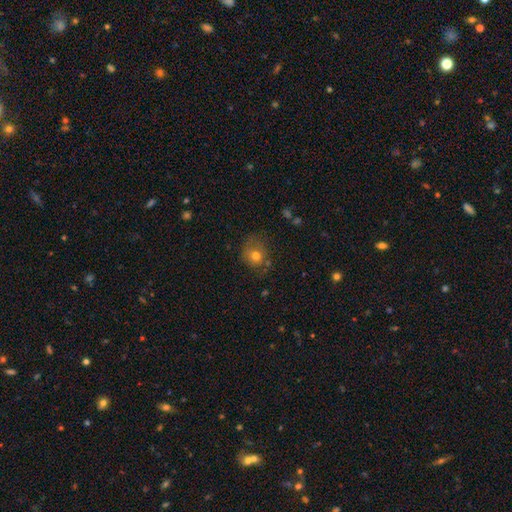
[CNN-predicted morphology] A smooth galaxy with no disk features (74%) that is round (76%).

Vote fractions:
- Smooth or featured? smooth: 74% / featured or disk: 14% / star or artifact: 12%
- How rounded? round: 76% / in between: 23% / cigar-shaped: 1%
- Merging? none: 59% / minor disturbance: 24% / major disturbance: 13% / merger: 5%